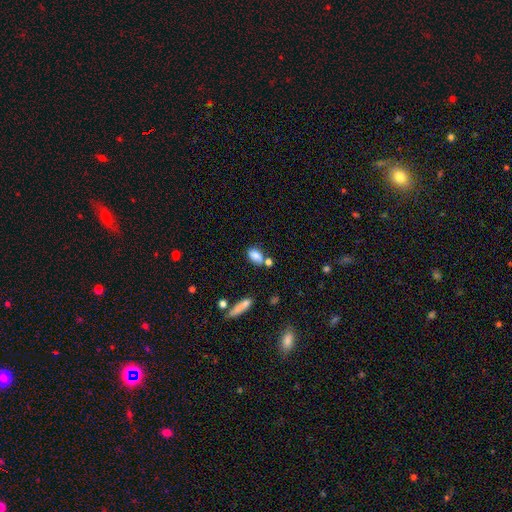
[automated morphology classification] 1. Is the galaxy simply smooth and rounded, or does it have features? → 82% smooth, 10% featured or disk, 9% star or artifact.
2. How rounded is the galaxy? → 86% in between, 9% round, 5% cigar-shaped.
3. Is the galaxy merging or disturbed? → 55% none, 22% merger, 17% minor disturbance, 6% major disturbance.